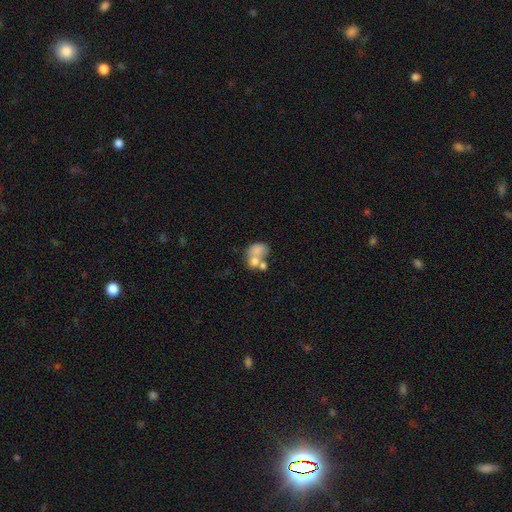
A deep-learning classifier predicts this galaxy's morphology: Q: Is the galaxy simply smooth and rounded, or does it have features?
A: smooth — 65%.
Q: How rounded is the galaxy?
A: in between — 57%.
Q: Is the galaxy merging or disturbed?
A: merger — 57%.